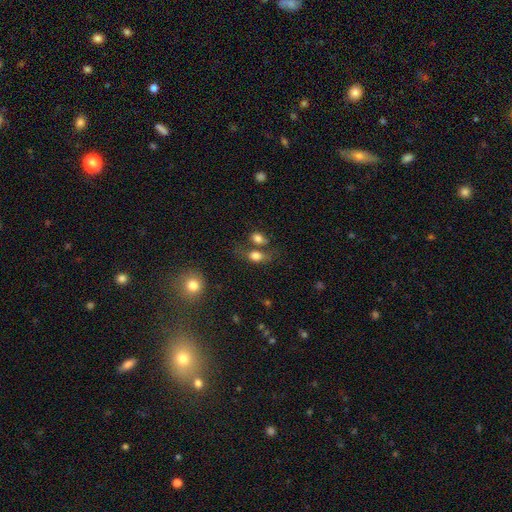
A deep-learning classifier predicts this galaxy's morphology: A smooth galaxy with no disk features (78%) that is in between round and cigar-shaped (78%).

Vote fractions:
- Smooth or featured? smooth: 78% / featured or disk: 11% / star or artifact: 10%
- How rounded? in between: 78% / round: 17% / cigar-shaped: 4%
- Merging? none: 46% / merger: 30% / minor disturbance: 16% / major disturbance: 9%